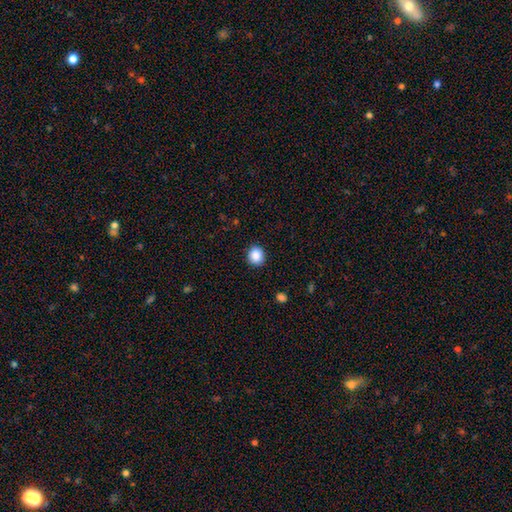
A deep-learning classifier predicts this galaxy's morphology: Overall: smooth (88%). How rounded: round (82%). Merging: none (90%).